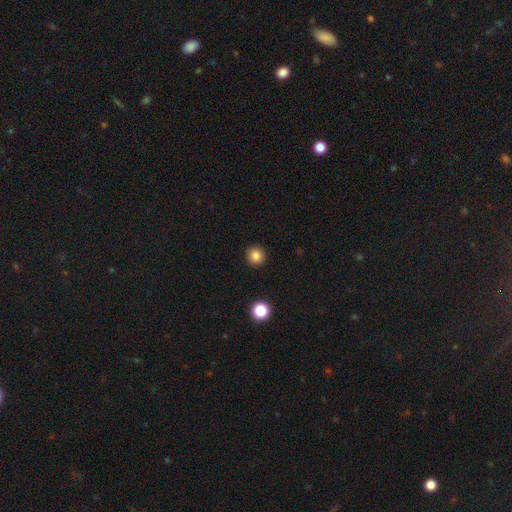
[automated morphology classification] smooth_or_featured: smooth (p=0.83) [alt: star or artifact p=0.12]
how_rounded: round (p=0.95) [alt: in between p=0.04]
merging: none (p=0.93) [alt: minor disturbance p=0.05]